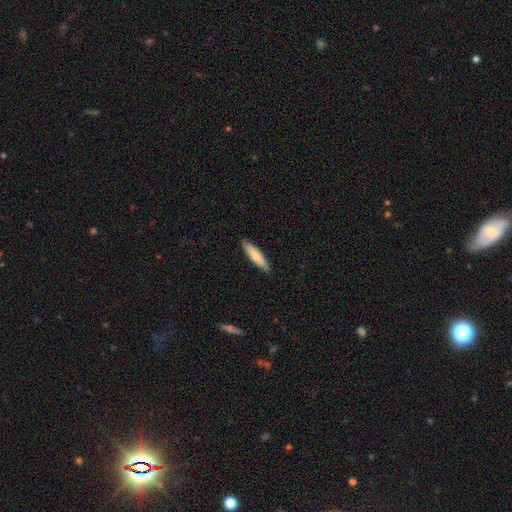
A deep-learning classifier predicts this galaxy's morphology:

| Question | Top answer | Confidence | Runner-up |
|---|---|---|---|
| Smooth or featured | smooth | 78% | featured or disk (17%) |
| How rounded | cigar-shaped | 77% | in between (22%) |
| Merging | none | 89% | minor disturbance (9%) |